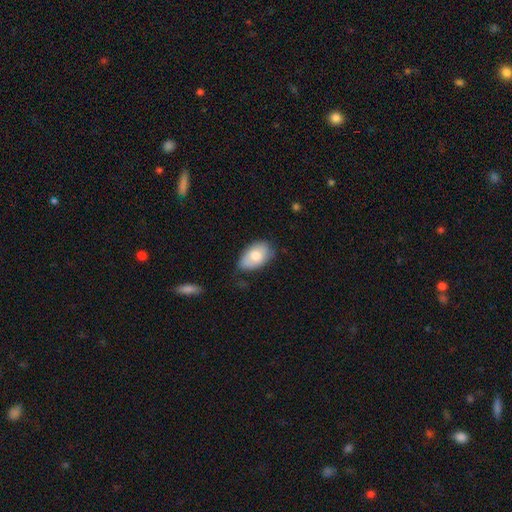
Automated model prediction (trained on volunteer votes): Q: Smooth or featured?
A: smooth (75%); runner-up: featured or disk (19%)
Q: How rounded?
A: in between (92%); runner-up: round (7%)
Q: Merging?
A: none (63%); runner-up: minor disturbance (30%)